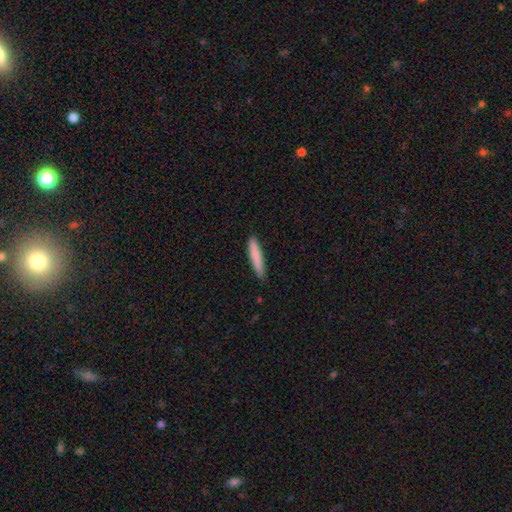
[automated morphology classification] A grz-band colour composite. It shows a smooth galaxy with no disk features (82%) that is cigar-shaped (90%). Merging: none (84%).